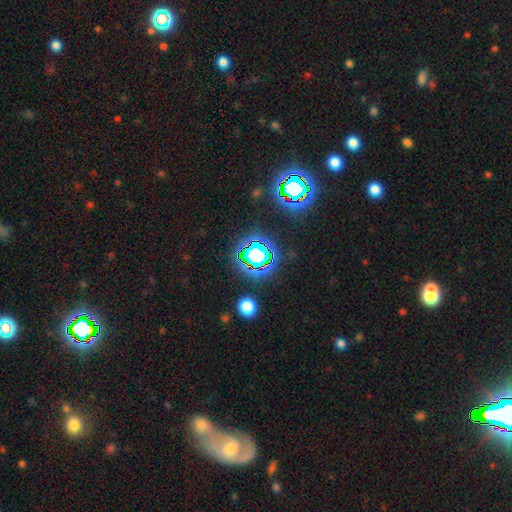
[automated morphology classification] Q: Smooth or featured?
A: star or artifact (67%); runner-up: smooth (20%)